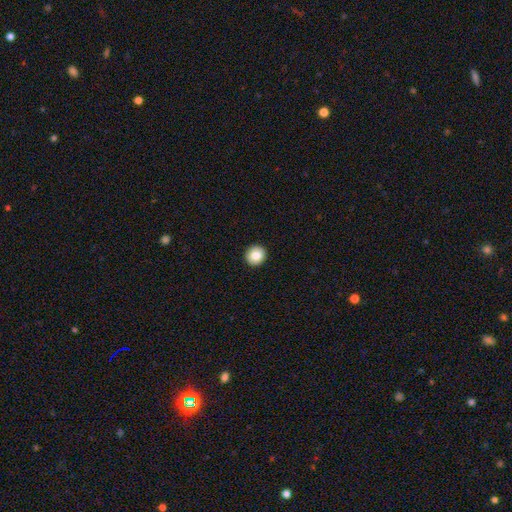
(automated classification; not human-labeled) smooth 84%, star or artifact 8%, featured or disk 7%. Down the decision tree: how rounded — round (91%); merging — none (93%).